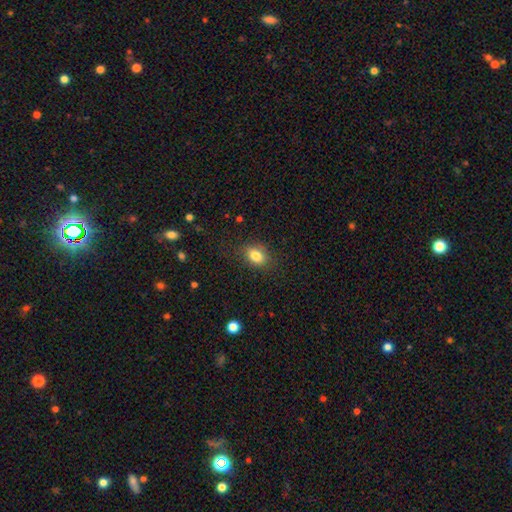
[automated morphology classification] Smooth or featured?
  - smooth: 82% *
  - star or artifact: 10%
  - featured or disk: 8%
How rounded?
  - in between: 71% *
  - round: 28%
  - cigar-shaped: 1%
Merging?
  - none: 82% *
  - minor disturbance: 13%
  - major disturbance: 4%
  - merger: 1%